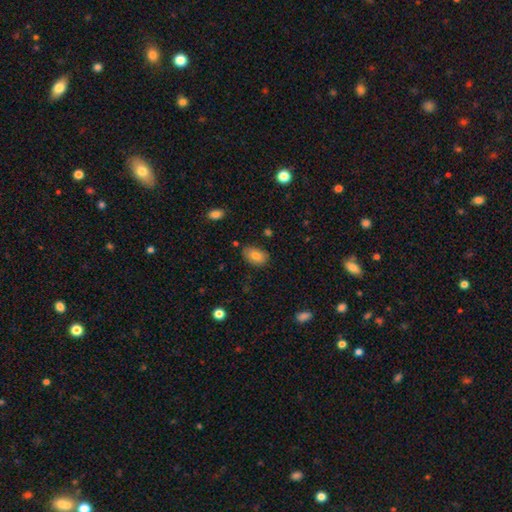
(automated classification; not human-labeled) smooth 80%, featured or disk 12%, star or artifact 8%. Down the decision tree: how rounded — in between (88%); merging — none (79%).